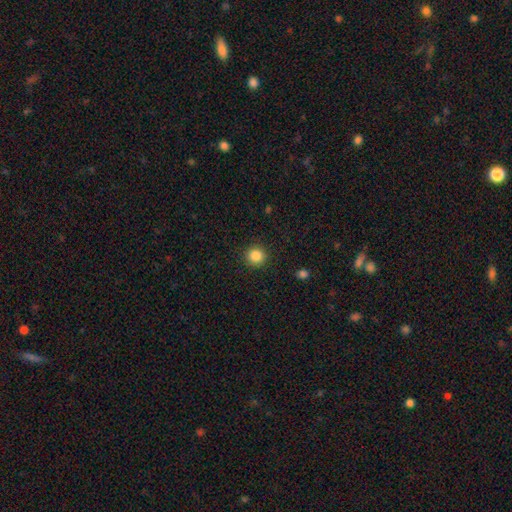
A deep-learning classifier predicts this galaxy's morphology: Smooth or featured: smooth — 86% (star or artifact — 11%)
How rounded: round — 92% (in between — 7%)
Merging: none — 91% (minor disturbance — 6%)